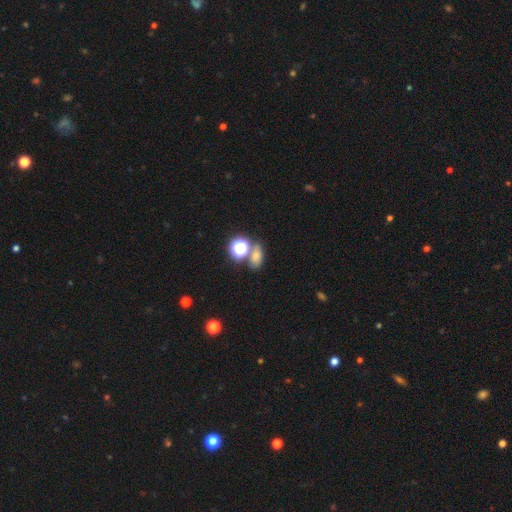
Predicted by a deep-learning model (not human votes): This appears to be a smooth galaxy with no disk features (65%) that is in between round and cigar-shaped (70%). Merging: none (60%).